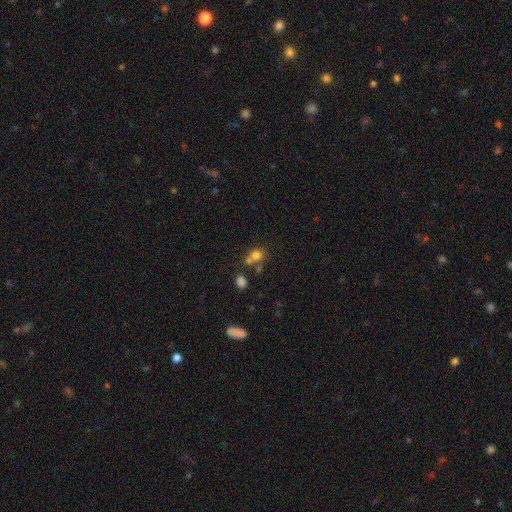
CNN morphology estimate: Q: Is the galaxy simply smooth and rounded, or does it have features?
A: smooth — 76%.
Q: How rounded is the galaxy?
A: round — 67%.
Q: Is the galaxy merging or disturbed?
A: none — 45%.